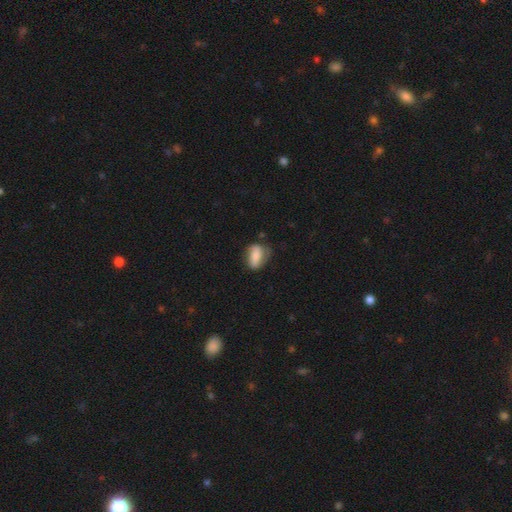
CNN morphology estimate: Smooth or featured? smooth (64%)
How rounded? in between (81%)
Merging? none (57%)